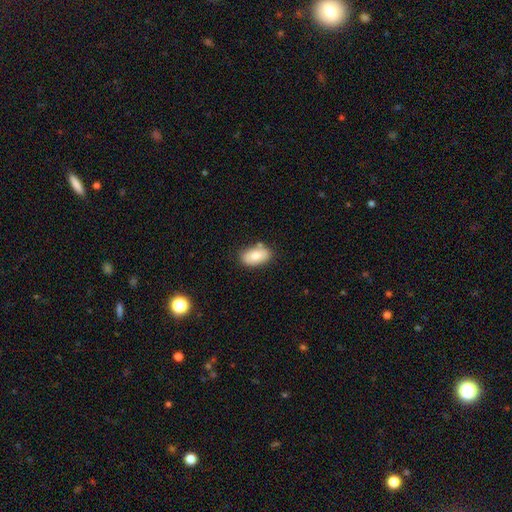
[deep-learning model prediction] Smooth or featured? Predicted: smooth (p=0.80). How rounded? Predicted: in between (p=0.93). Merging? Predicted: none (p=0.78).